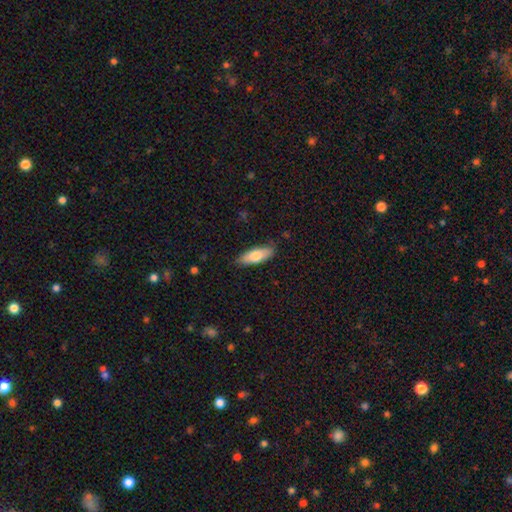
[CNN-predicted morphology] type=smooth (73%); roundness=in between (64%); merging=none (84%).